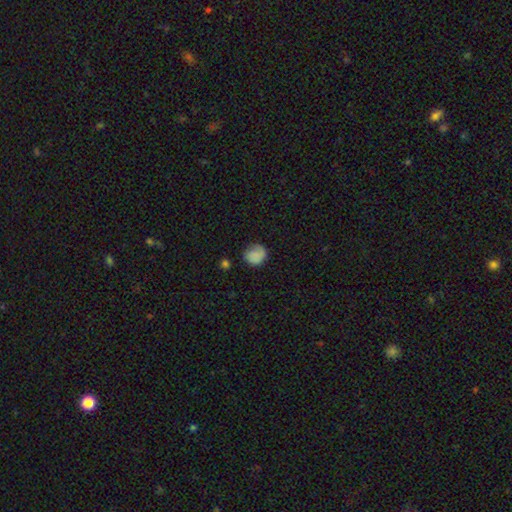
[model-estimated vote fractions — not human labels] Smooth or featured?
  - smooth: 75% *
  - featured or disk: 16%
  - star or artifact: 9%
How rounded?
  - round: 76% *
  - in between: 23%
  - cigar-shaped: 1%
Merging?
  - none: 65% *
  - minor disturbance: 24%
  - major disturbance: 9%
  - merger: 2%